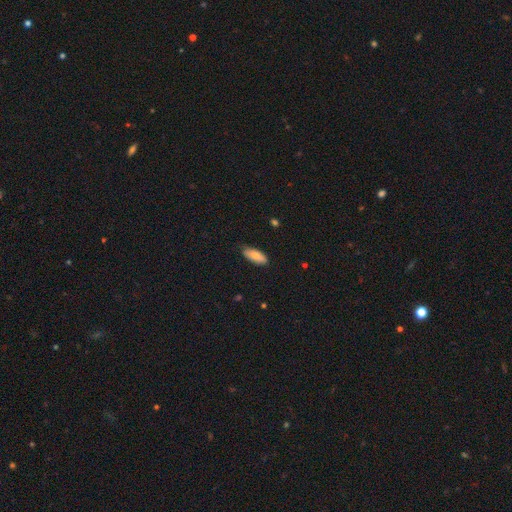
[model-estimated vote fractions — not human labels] This is clearly a smooth galaxy (82%). How rounded: clearly in between (80%). Merging: clearly none (80%).